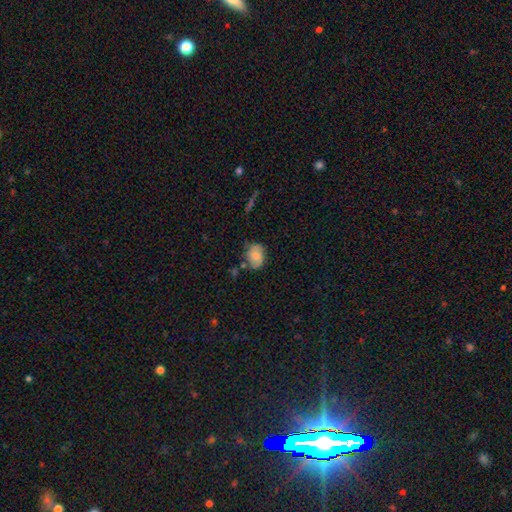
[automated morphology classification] This appears to be a smooth galaxy with no disk features (57%) that is in between round and cigar-shaped (66%). Merging: none (61%).